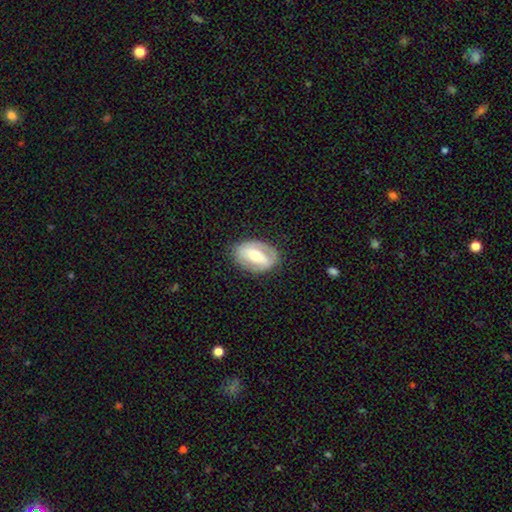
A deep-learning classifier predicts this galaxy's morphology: The model was most divided on "spiral arms": no: 56%, yes: 44%. Remaining: edge-on disk — no (92%); merging — none (80%); bulge size — moderate (70%); smooth or featured — featured or disk (63%); bar — strong (48%).